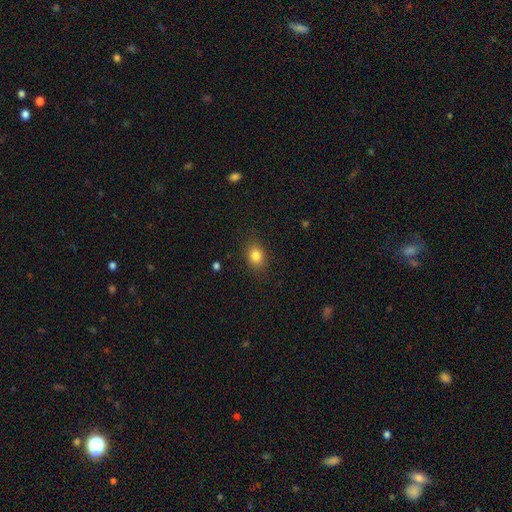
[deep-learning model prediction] A smooth galaxy with no disk features (83%) that is in between round and cigar-shaped (57%). Merging: none (84%).